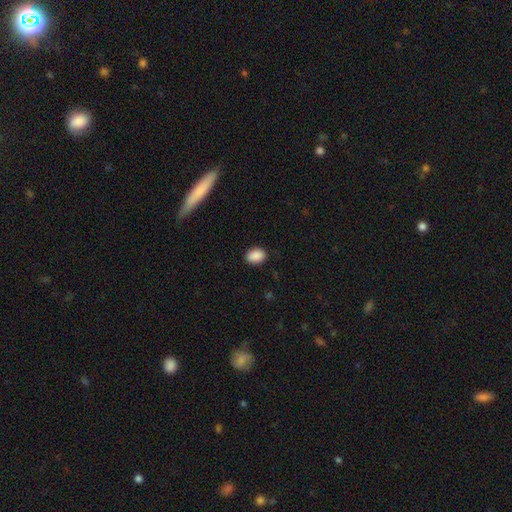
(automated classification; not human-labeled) smooth 89%, star or artifact 8%, featured or disk 3%. Down the decision tree: how rounded — in between (73%); merging — none (88%).